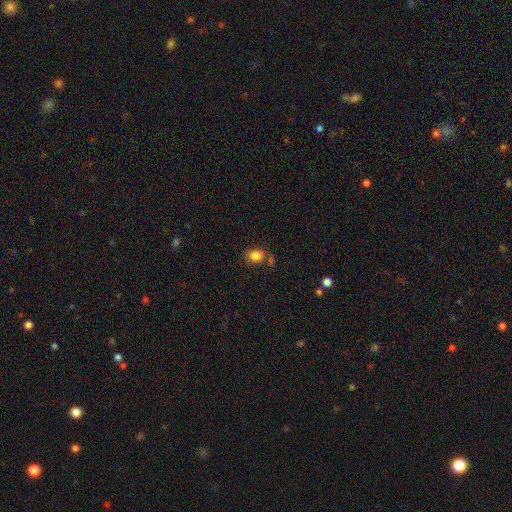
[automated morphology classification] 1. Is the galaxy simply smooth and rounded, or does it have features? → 82% smooth, 10% star or artifact, 8% featured or disk.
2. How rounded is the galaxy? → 60% in between, 38% round, 1% cigar-shaped.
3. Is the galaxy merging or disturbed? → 60% none, 19% minor disturbance, 13% merger, 8% major disturbance.